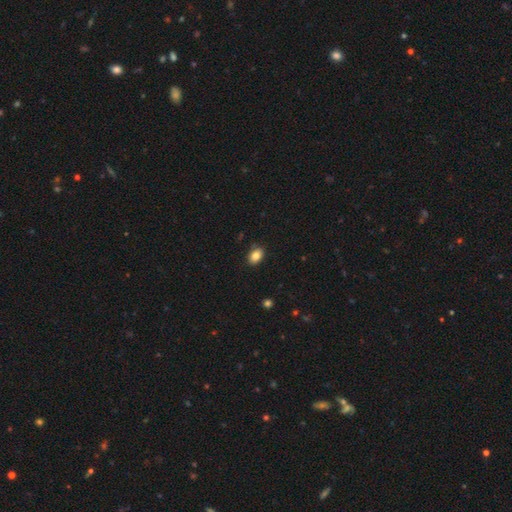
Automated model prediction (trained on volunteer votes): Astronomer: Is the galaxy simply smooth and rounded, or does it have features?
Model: smooth — 85%.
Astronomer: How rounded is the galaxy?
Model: in between — 80%.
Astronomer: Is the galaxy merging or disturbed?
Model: none — 86%.